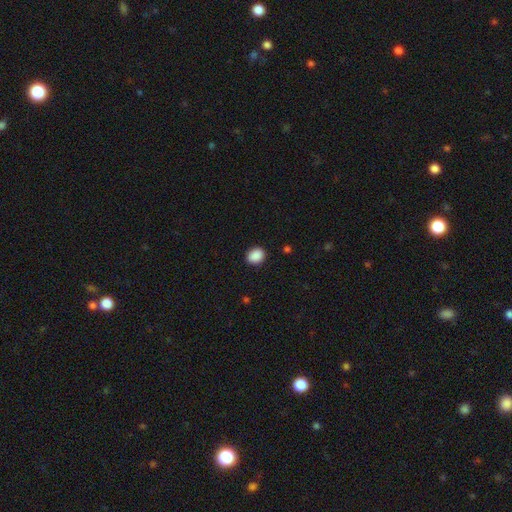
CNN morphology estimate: The model was most divided on "how rounded": round: 50%, in between: 49%, cigar-shaped: 1%. More confident: smooth or featured — smooth (89%); merging — none (89%).